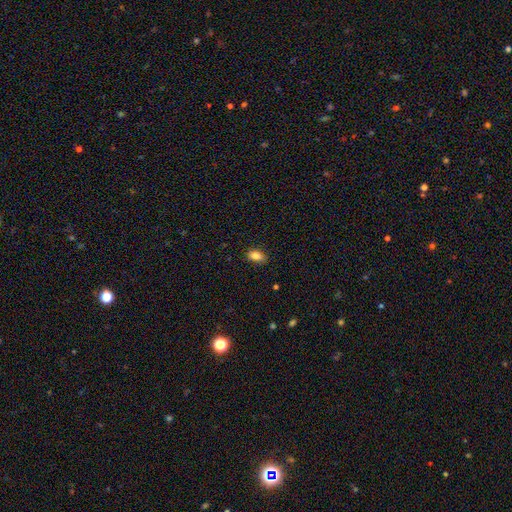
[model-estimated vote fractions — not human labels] The model was most divided on "merging": none: 86%, minor disturbance: 11%, major disturbance: 2%, merger: 1%. More confident: how rounded — in between (87%); smooth or featured — smooth (84%).